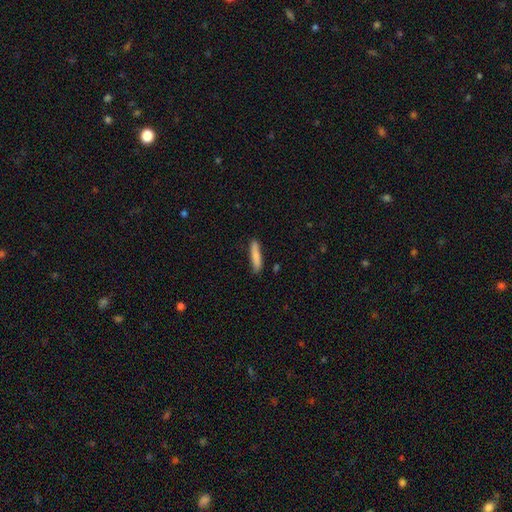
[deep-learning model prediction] The model was most divided on "smooth or featured": smooth: 83%, featured or disk: 11%, star or artifact: 6%. More confident: how rounded — cigar-shaped (87%); merging — none (84%).